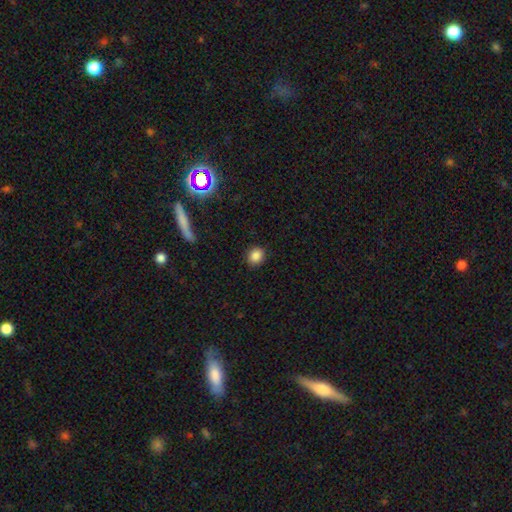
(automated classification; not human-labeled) smooth-or-featured: smooth: 86% | star or artifact: 11% | featured or disk: 4%
  how-rounded: round: 76% | in between: 23% | cigar-shaped: 1%
  merging: none: 89% | minor disturbance: 8% | major disturbance: 2% | merger: 1%